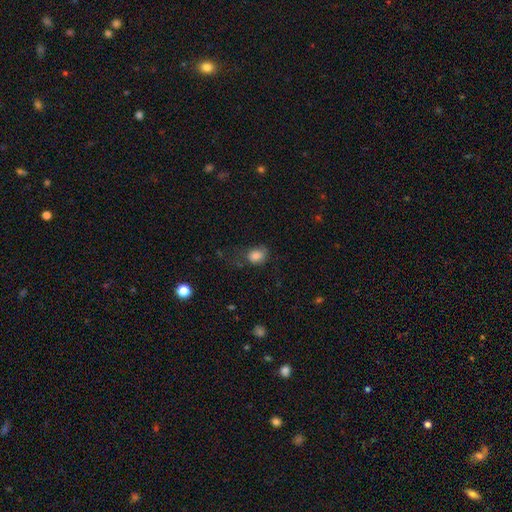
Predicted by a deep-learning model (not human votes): smooth-or-featured: smooth: 83% | star or artifact: 10% | featured or disk: 7%
  how-rounded: in between: 61% | round: 38% | cigar-shaped: 1%
  merging: none: 50% | minor disturbance: 29% | major disturbance: 19% | merger: 3%